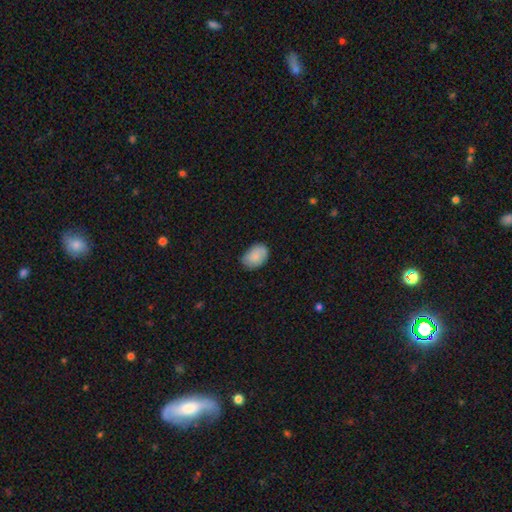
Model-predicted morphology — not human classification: smooth-or-featured: smooth: 86% | featured or disk: 7% | star or artifact: 7%
  how-rounded: in between: 84% | round: 15% | cigar-shaped: 1%
  merging: none: 76% | minor disturbance: 20% | major disturbance: 3% | merger: 1%